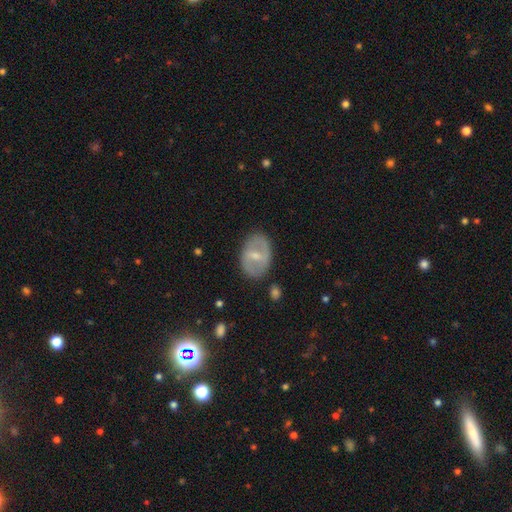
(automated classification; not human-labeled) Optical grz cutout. It shows a featured or disk galaxy (60%) with a weak bar (46%), no spiral arms (55%) and a small central bulge (49%). Merging: none (80%).